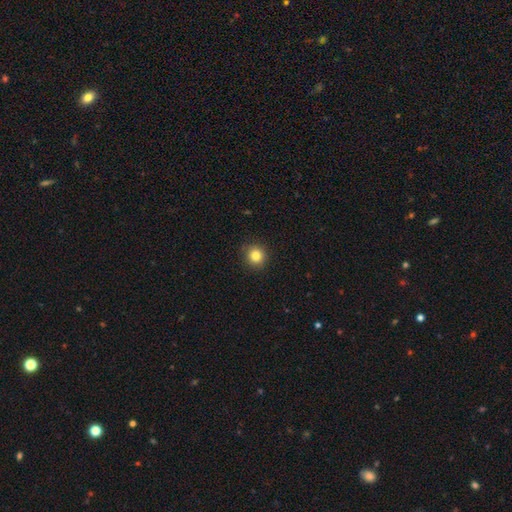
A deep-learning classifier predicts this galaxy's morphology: smooth_or_featured: smooth (p=0.83) [alt: star or artifact p=0.11]
how_rounded: round (p=0.92) [alt: in between p=0.07]
merging: none (p=0.90) [alt: minor disturbance p=0.07]